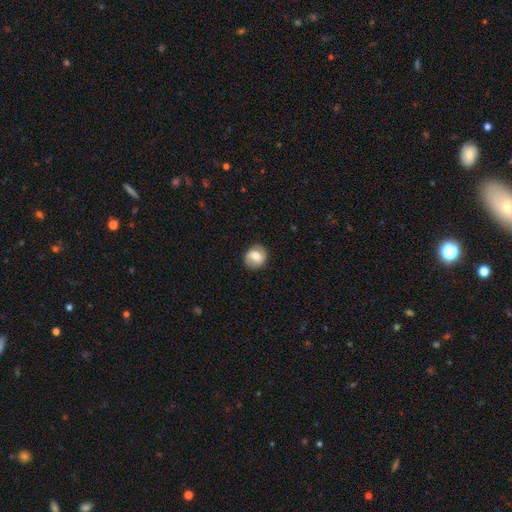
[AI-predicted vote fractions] Smooth or featured?
  - smooth: 55% *
  - featured or disk: 37%
  - star or artifact: 8%
How rounded?
  - round: 78% *
  - in between: 21%
  - cigar-shaped: 1%
Merging?
  - none: 86% *
  - minor disturbance: 10%
  - major disturbance: 3%
  - merger: 1%